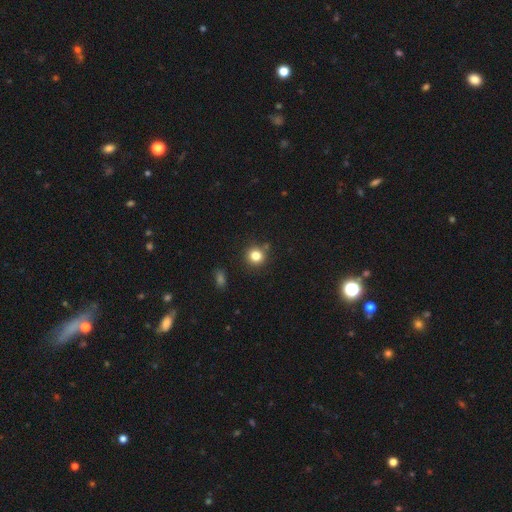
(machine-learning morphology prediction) smooth-or-featured: smooth: 82% | star or artifact: 12% | featured or disk: 6%
  how-rounded: round: 89% | in between: 10% | cigar-shaped: 1%
  merging: none: 83% | minor disturbance: 10% | merger: 4% | major disturbance: 3%